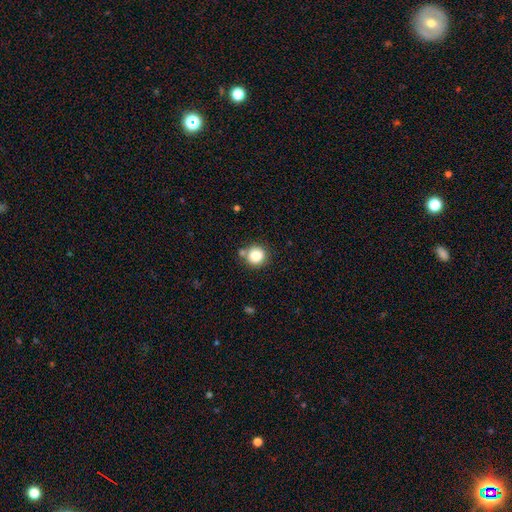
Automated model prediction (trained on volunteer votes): Morphology: type=smooth (83%); roundness=round (91%); merging=none (76%).